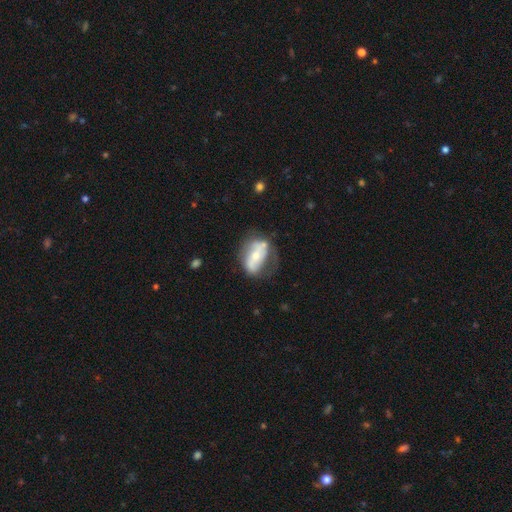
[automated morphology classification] Smooth or featured? Predicted: featured or disk (p=0.58). Edge-on disk? Predicted: no (p=0.90). Bar? Predicted: no (p=0.45). Spiral arms? Predicted: yes (p=0.52). Bulge size? Predicted: moderate (p=0.49). Merging? Predicted: none (p=0.45).